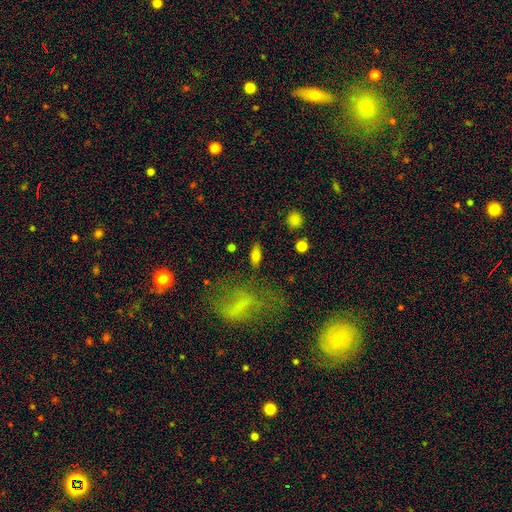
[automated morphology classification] smooth_or_featured: smooth (p=0.73) [alt: featured or disk p=0.17]
how_rounded: in between (p=0.79) [alt: cigar-shaped p=0.15]
merging: none (p=0.82) [alt: minor disturbance p=0.10]